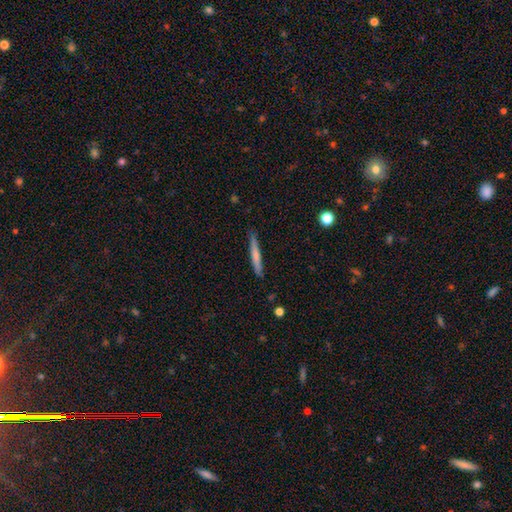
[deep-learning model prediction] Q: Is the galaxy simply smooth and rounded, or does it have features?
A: smooth — 64%.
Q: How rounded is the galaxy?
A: cigar-shaped — 95%.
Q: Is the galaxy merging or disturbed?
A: none — 84%.